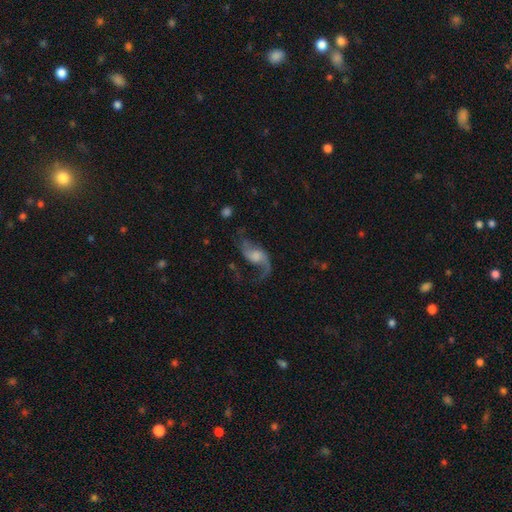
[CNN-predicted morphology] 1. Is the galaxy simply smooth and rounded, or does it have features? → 81% featured or disk, 12% smooth, 7% star or artifact.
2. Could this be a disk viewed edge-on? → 96% no, 4% yes.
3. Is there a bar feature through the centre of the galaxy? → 55% no, 36% weak, 9% strong.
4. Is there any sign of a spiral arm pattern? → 94% yes, 6% no.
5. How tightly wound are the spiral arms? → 78% loose, 18% medium, 3% tight.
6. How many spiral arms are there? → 82% 2, 12% 1, 2% can't tell, 1% 3, 1% 4, 1% more than 4.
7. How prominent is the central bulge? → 35% moderate, 23% small, 20% large, 18% none, 3% dominant.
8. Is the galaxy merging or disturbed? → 56% none, 24% major disturbance, 18% minor disturbance, 3% merger.